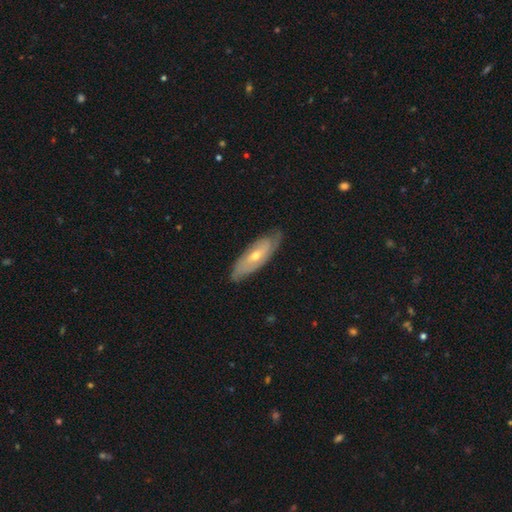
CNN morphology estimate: Smooth or featured?
  - featured or disk: 64% *
  - smooth: 30%
  - star or artifact: 6%
Edge-on disk?
  - no: 73% *
  - yes: 27%
Merging?
  - none: 77% *
  - minor disturbance: 18%
  - major disturbance: 4%
  - merger: 1%